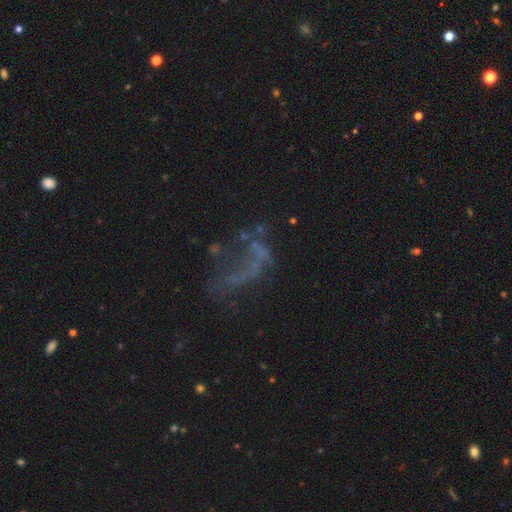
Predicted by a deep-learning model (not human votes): Smooth or featured: featured or disk — 52% (star or artifact — 26%)
Edge-on disk: no — 96% (yes — 4%)
Merging: major disturbance — 39% (none — 37%)